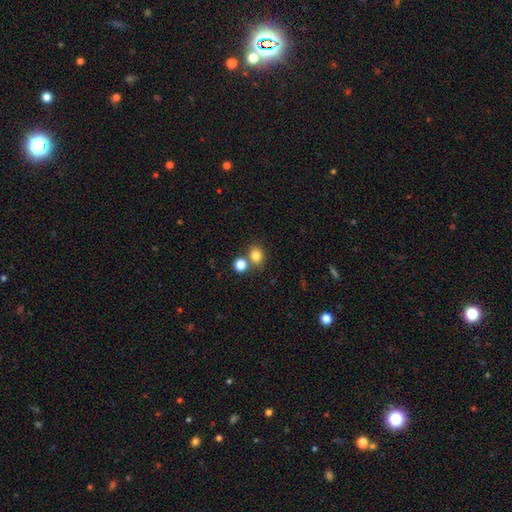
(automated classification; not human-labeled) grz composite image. It shows a smooth galaxy with no disk features (81%) that is round (68%). Merging: none (65%).